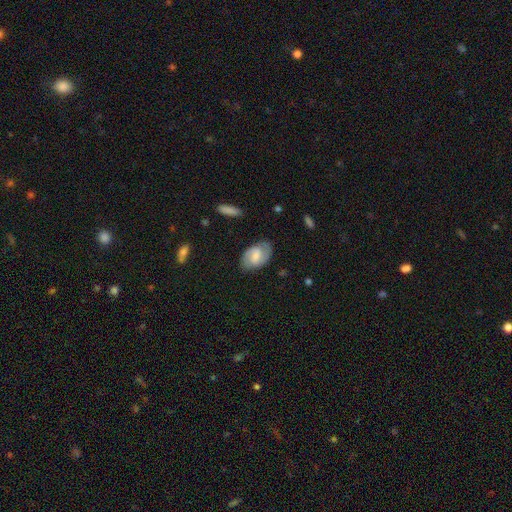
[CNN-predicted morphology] Q: Smooth or featured?
A: featured or disk (61%); runner-up: smooth (33%)
Q: Edge-on disk?
A: no (96%); runner-up: yes (4%)
Q: Bar?
A: weak (53%); runner-up: no (31%)
Q: Spiral arms?
A: yes (90%); runner-up: no (10%)
Q: Spiral winding?
A: medium (47%); runner-up: tight (36%)
Q: Spiral arm count?
A: 2 (84%); runner-up: can't tell (9%)
Q: Bulge size?
A: small (38%); runner-up: moderate (37%)
Q: Merging?
A: none (79%); runner-up: minor disturbance (16%)